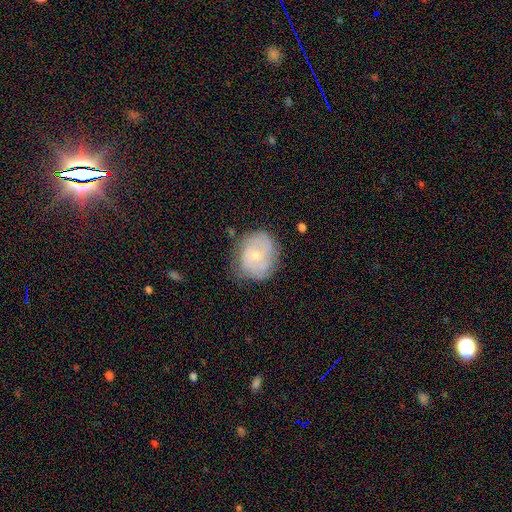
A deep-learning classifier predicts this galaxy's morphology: smooth-or-featured: featured or disk: 56% | smooth: 37% | star or artifact: 7%
  disk-edge-on: no: 97% | yes: 3%
    bar: no: 76% | weak: 20% | strong: 3%
    has-spiral-arms: yes: 74% | no: 26%
    bulge-size: small: 52% | moderate: 44% | large: 2% | none: 1% | dominant: 1%
  merging: none: 65% | minor disturbance: 25% | major disturbance: 8% | merger: 2%